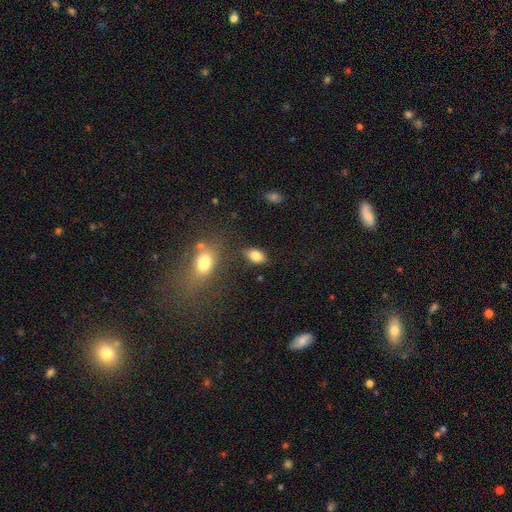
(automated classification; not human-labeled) A smooth galaxy with no disk features (84%) that is in between round and cigar-shaped (88%). Merging: none (79%).